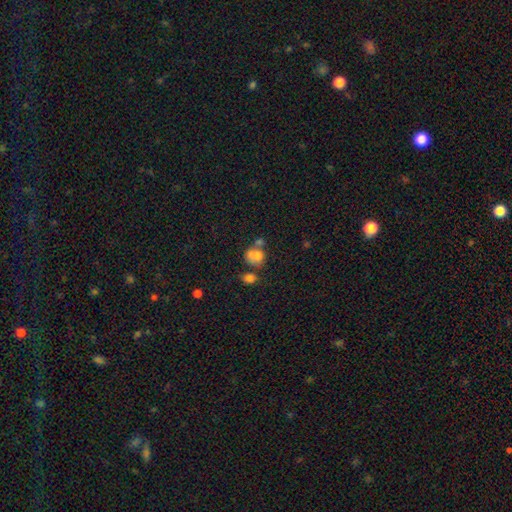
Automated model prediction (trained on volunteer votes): Smooth or featured: smooth — 74% (featured or disk — 15%)
How rounded: round — 60% (in between — 39%)
Merging: merger — 43% (none — 33%)